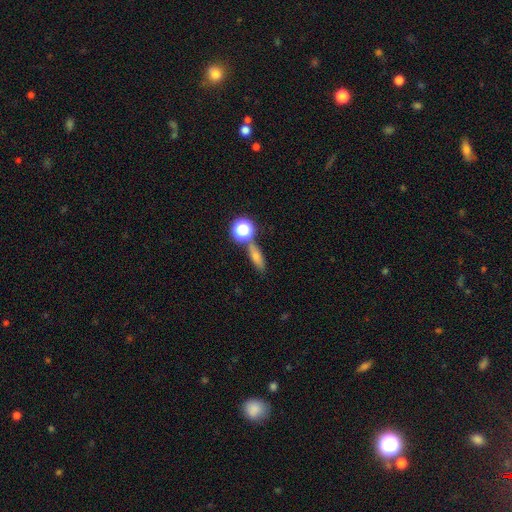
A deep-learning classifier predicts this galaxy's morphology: A smooth galaxy with no disk features (57%) that is in between round and cigar-shaped (44%). Merging: none (73%).